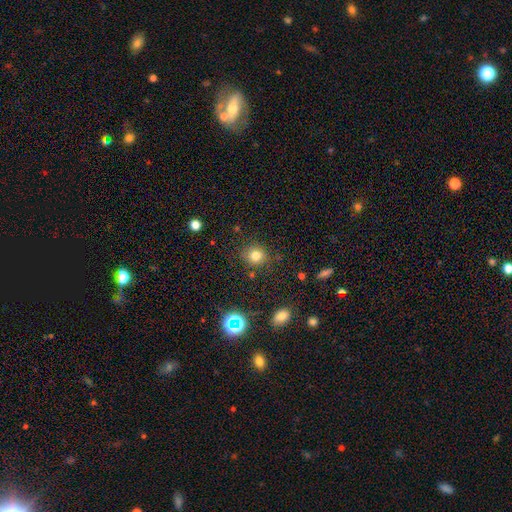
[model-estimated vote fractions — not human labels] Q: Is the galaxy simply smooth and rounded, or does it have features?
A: smooth — 78%.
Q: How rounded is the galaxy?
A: round — 80%.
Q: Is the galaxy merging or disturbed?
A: none — 85%.